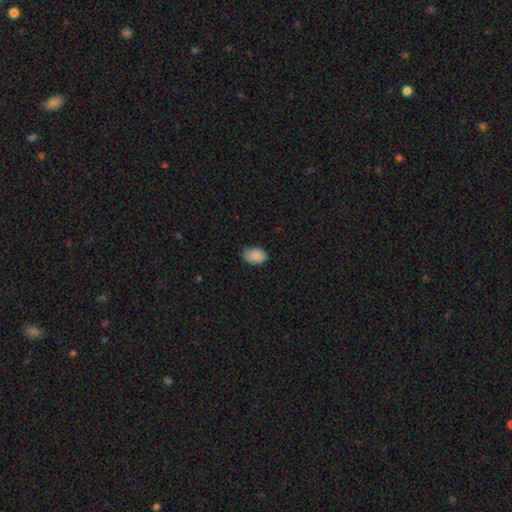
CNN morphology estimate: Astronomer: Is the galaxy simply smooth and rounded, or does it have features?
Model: smooth — 88%.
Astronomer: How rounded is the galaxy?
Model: in between — 86%.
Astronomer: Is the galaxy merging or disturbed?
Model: none — 72%.